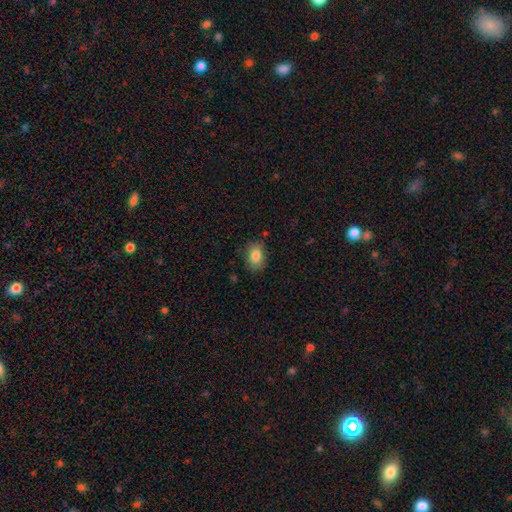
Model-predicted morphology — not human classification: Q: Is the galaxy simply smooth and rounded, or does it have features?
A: smooth — 84%.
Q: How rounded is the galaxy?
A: in between — 79%.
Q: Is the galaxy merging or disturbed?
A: none — 79%.